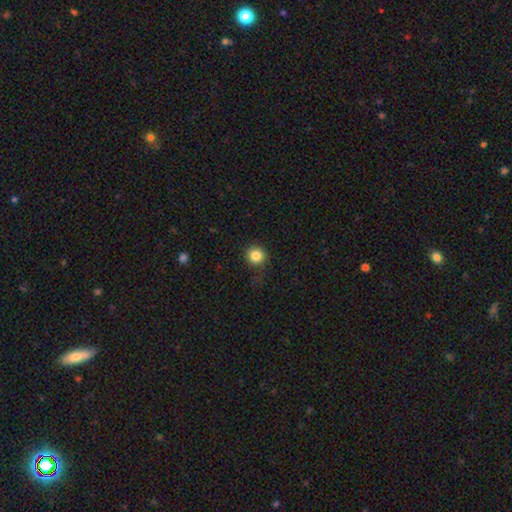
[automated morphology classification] smooth-or-featured: smooth: 84% | star or artifact: 11% | featured or disk: 5%
  how-rounded: round: 93% | in between: 6% | cigar-shaped: 1%
  merging: none: 83% | minor disturbance: 12% | major disturbance: 4% | merger: 1%